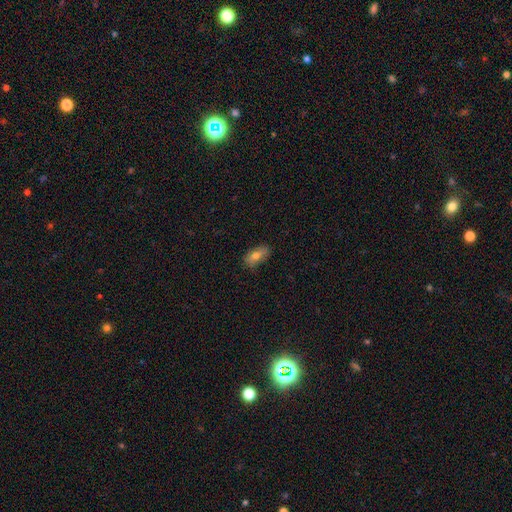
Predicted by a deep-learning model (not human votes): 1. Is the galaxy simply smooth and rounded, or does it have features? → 74% smooth, 18% featured or disk, 8% star or artifact.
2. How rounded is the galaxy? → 86% in between, 9% cigar-shaped, 5% round.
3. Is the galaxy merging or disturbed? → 77% none, 18% minor disturbance, 3% major disturbance, 1% merger.